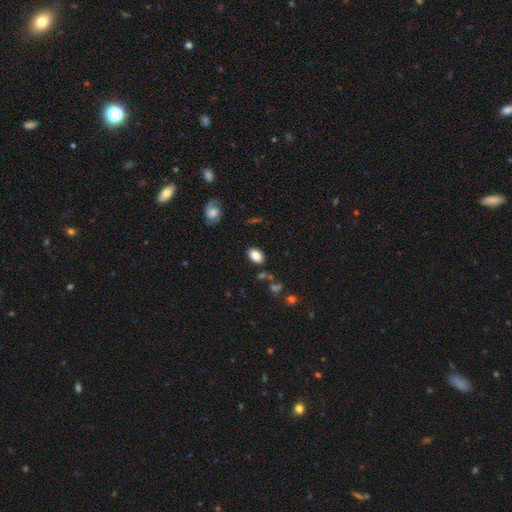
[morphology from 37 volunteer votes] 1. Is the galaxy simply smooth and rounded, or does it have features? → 86% smooth, 8% featured or disk, 5% star or artifact.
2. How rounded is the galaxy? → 84% in between, 12% round, 3% cigar-shaped.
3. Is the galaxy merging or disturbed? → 71% none, 23% minor disturbance, 3% major disturbance, 3% merger.